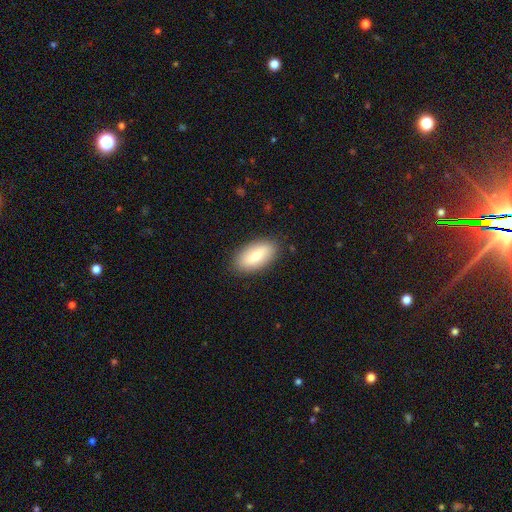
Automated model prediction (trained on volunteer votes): A smooth galaxy with no disk features (73%) that is in between round and cigar-shaped (87%). Merging: none (86%).